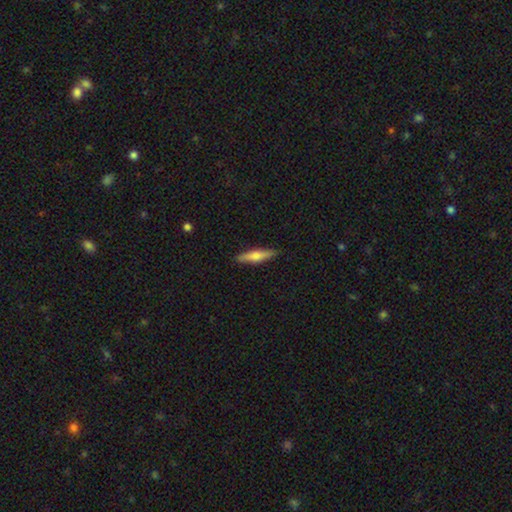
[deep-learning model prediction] smooth-or-featured: smooth: 60% | featured or disk: 35% | star or artifact: 6%
  how-rounded: cigar-shaped: 82% | in between: 16% | round: 2%
  merging: none: 89% | minor disturbance: 8% | major disturbance: 2% | merger: 1%